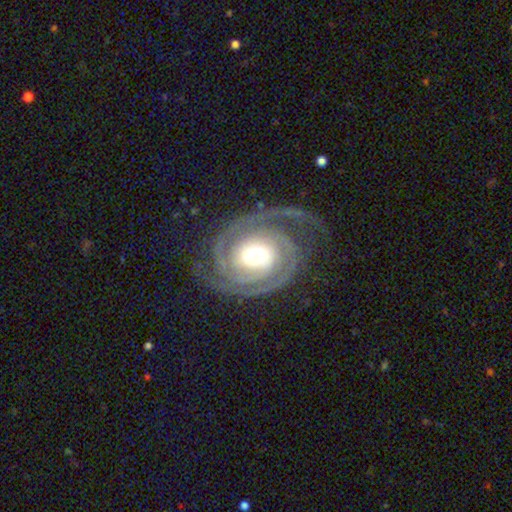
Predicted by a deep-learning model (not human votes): featured or disk 90%, smooth 5%, star or artifact 5%. Down the decision tree: edge-on disk — no (98%); bar — no (54%); spiral arms — yes (98%); spiral arm count — 2 (62%); spiral winding — tight (68%); bulge size — moderate (48%); merging — none (72%).